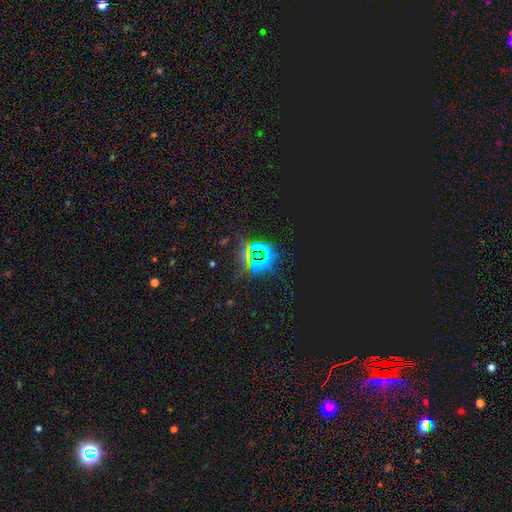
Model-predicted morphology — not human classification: A star or artifact, not a galaxy (81%).